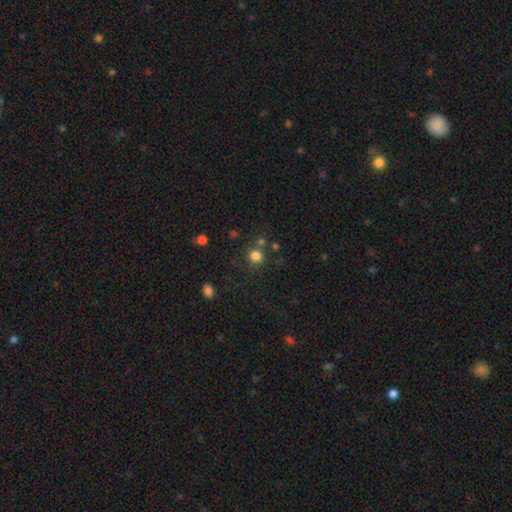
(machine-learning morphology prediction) Smooth or featured: smooth — 80% (star or artifact — 14%)
How rounded: round — 89% (in between — 10%)
Merging: none — 74% (merger — 12%)